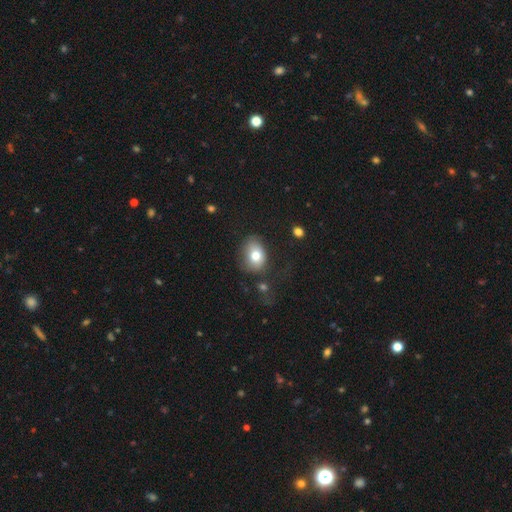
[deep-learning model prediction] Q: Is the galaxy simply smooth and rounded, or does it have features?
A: smooth — 76%.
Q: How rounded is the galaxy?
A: in between — 65%.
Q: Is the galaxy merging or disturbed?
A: none — 57%.